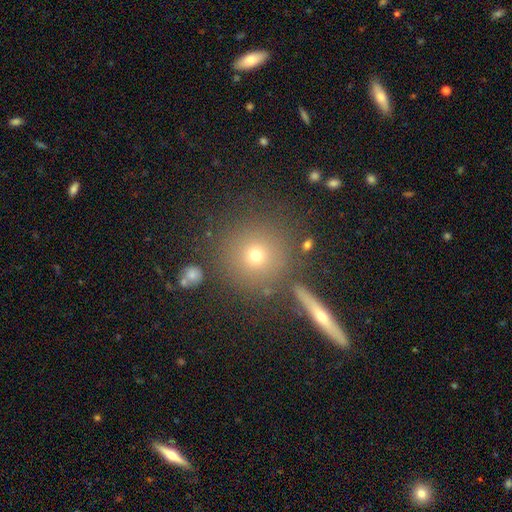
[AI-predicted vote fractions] smooth_or_featured: smooth (p=0.69) [alt: star or artifact p=0.18]
how_rounded: round (p=0.94) [alt: in between p=0.05]
merging: none (p=0.81) [alt: minor disturbance p=0.08]